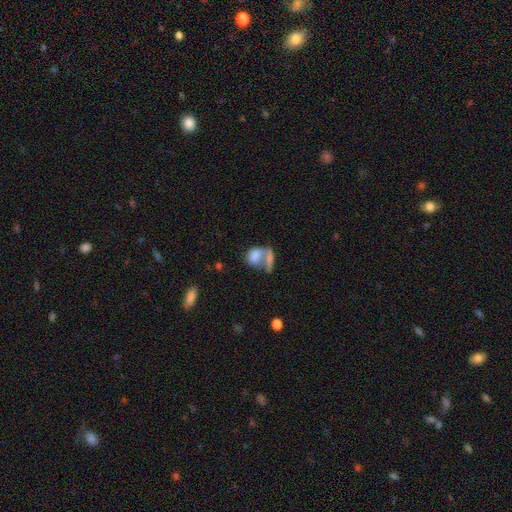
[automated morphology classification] Overall: smooth (71%). How rounded: in between (71%). Merging: merger (58%; none 21%).